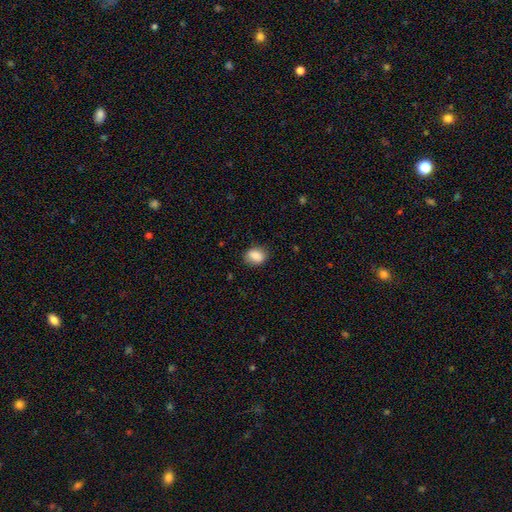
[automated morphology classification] smooth 86%, star or artifact 8%, featured or disk 6%. Down the decision tree: how rounded — in between (59%); merging — none (81%).